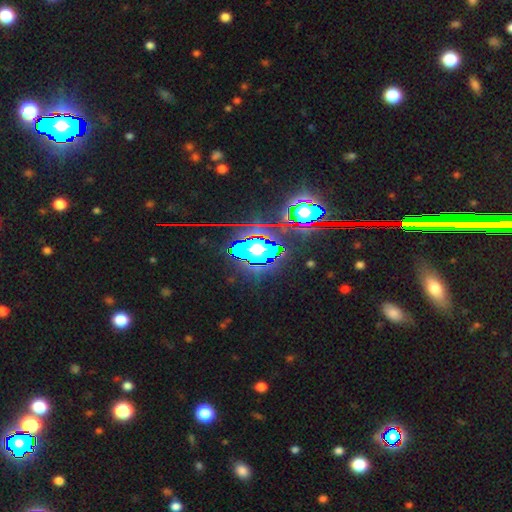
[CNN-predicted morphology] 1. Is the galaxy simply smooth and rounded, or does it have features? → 54% star or artifact, 24% smooth, 22% featured or disk.